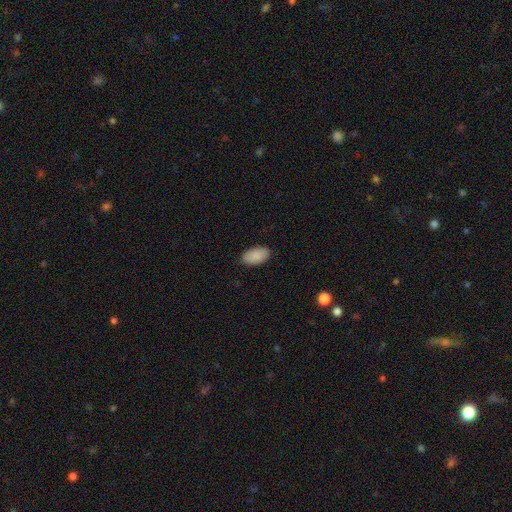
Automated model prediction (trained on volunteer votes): Overall: smooth (89%). How rounded: in between (95%). Merging: none (88%).